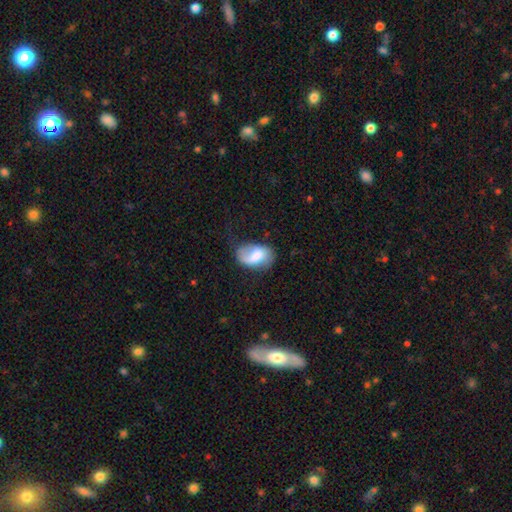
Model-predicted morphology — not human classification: This is possibly a smooth galaxy (56%). How rounded: clearly in between (88%). Merging: marginally none (45%).